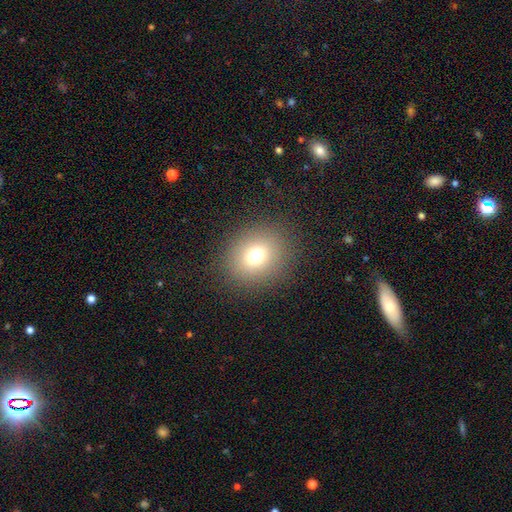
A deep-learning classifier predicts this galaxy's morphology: smooth-or-featured: smooth: 73% | star or artifact: 17% | featured or disk: 11%
  how-rounded: round: 75% | in between: 24% | cigar-shaped: 1%
  merging: none: 88% | minor disturbance: 7% | major disturbance: 4% | merger: 1%